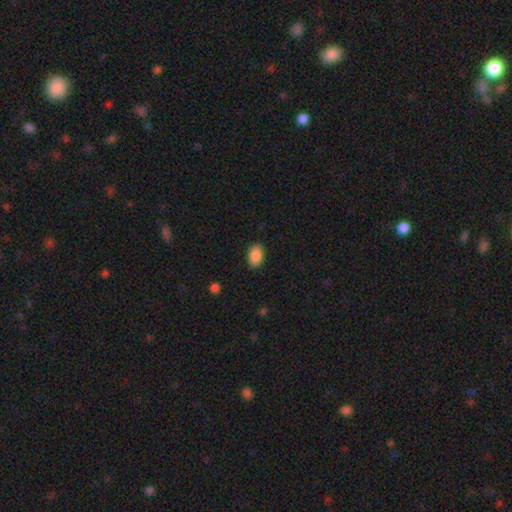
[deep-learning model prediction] The model was most divided on "merging": none: 88%, minor disturbance: 9%, major disturbance: 2%, merger: 1%. More confident: how rounded — in between (89%); smooth or featured — smooth (88%).